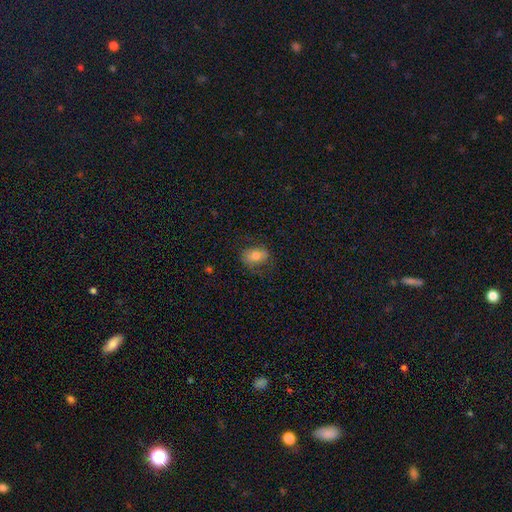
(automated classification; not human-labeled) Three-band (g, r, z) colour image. It shows a smooth galaxy with no disk features (69%) that is in between round and cigar-shaped (74%). Merging: none (69%).